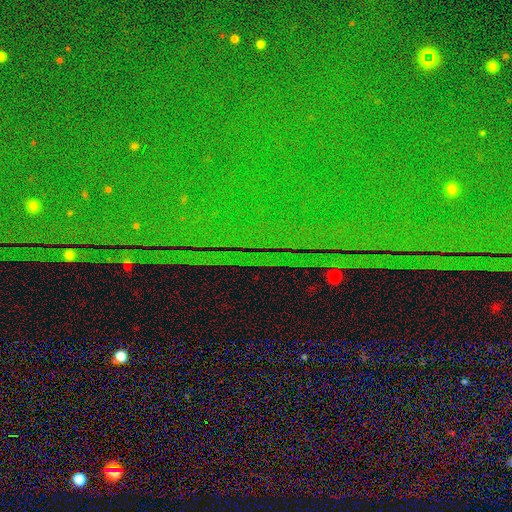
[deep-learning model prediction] This is clearly a star or artifact rather than a galaxy (87%).